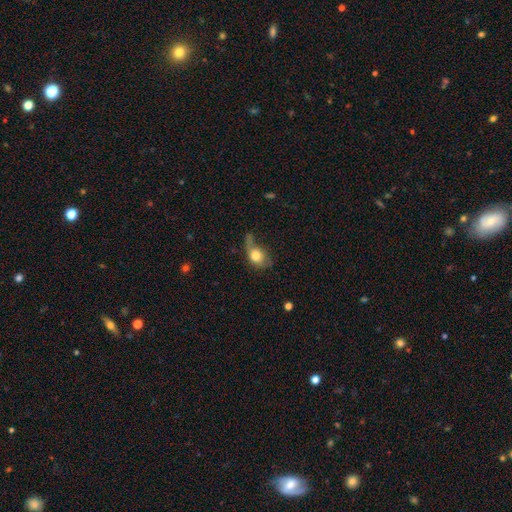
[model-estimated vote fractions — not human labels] smooth 71%, featured or disk 21%, star or artifact 8%. Down the decision tree: how rounded — in between (62%); merging — major disturbance (39%).